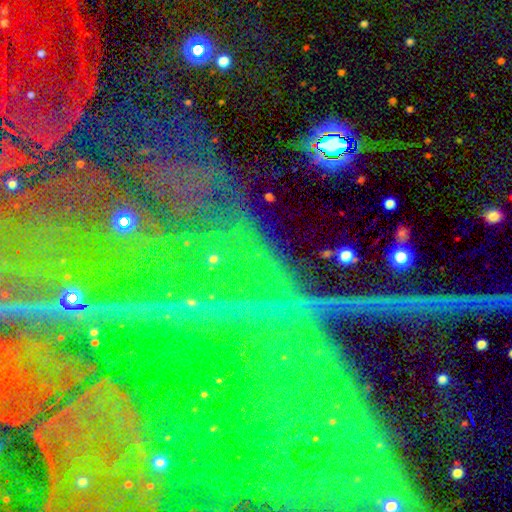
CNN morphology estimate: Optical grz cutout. It shows a star or artifact, not a galaxy (83%).